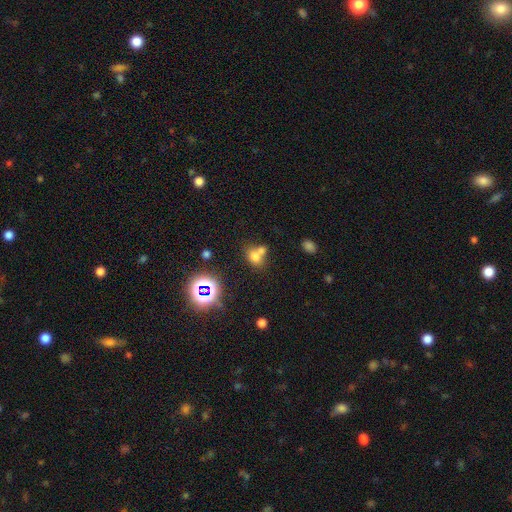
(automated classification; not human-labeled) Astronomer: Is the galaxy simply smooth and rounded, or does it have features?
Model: smooth — 67%.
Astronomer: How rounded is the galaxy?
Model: in between — 50% (runner-up: round, 49%).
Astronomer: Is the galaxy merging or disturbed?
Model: merger — 50% (runner-up: none, 36%).